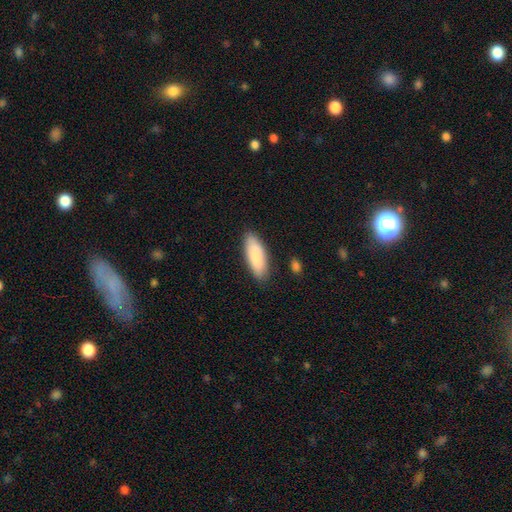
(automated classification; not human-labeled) A smooth galaxy with no disk features (85%) that is in between round and cigar-shaped (66%). Merging: none (86%).